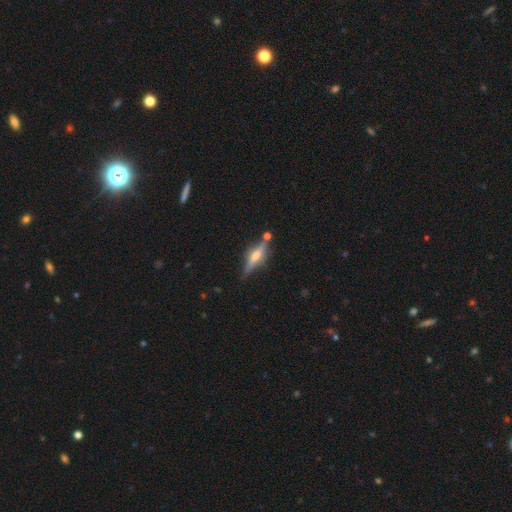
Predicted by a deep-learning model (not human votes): This is likely a featured or disk galaxy (68%). It is clearly viewed edge-on (94%). Edge-on bulge: clearly rounded (86%). Merging: likely none (74%).